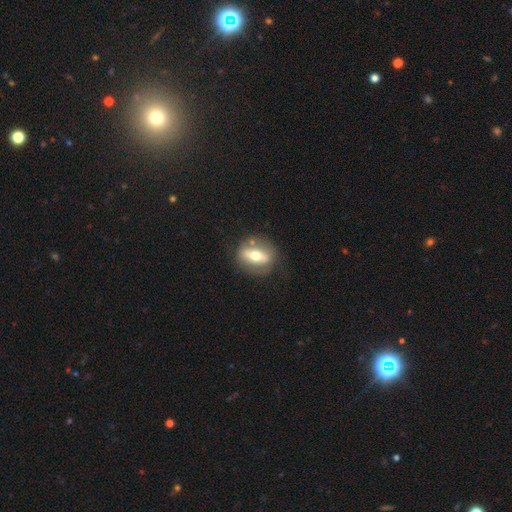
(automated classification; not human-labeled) smooth-or-featured: featured or disk: 51% | smooth: 42% | star or artifact: 7%
  disk-edge-on: no: 63% | yes: 37%
  merging: none: 76% | minor disturbance: 14% | major disturbance: 6% | merger: 4%